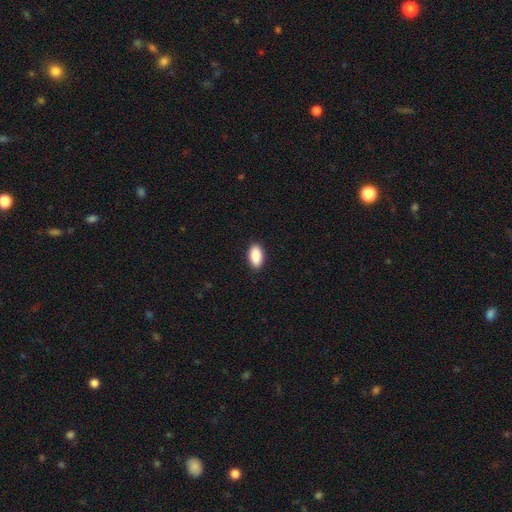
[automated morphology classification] smooth 90%, star or artifact 6%, featured or disk 4%. Down the decision tree: how rounded — in between (94%); merging — none (90%).